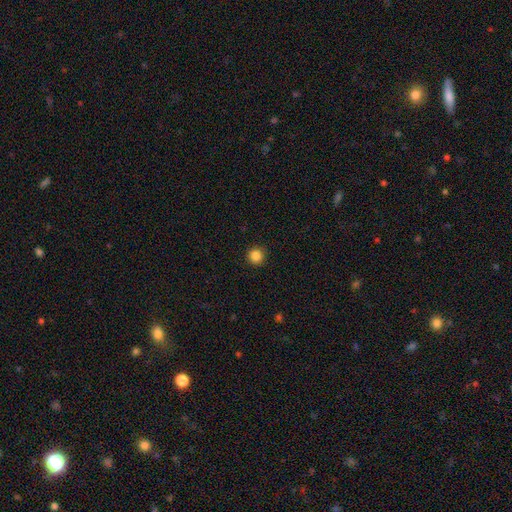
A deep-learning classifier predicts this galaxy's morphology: smooth_or_featured: smooth (p=0.86) [alt: star or artifact p=0.11]
how_rounded: round (p=0.96) [alt: in between p=0.03]
merging: none (p=0.93) [alt: minor disturbance p=0.05]